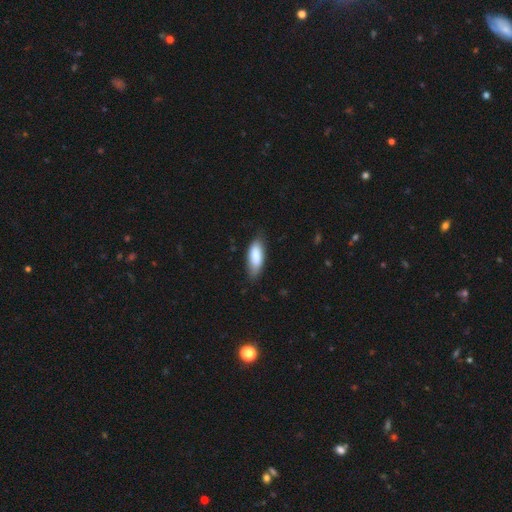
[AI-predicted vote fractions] The model was most divided on "merging": none: 72%, minor disturbance: 23%, major disturbance: 4%, merger: 1%. More confident: smooth or featured — smooth (84%); how rounded — in between (75%).